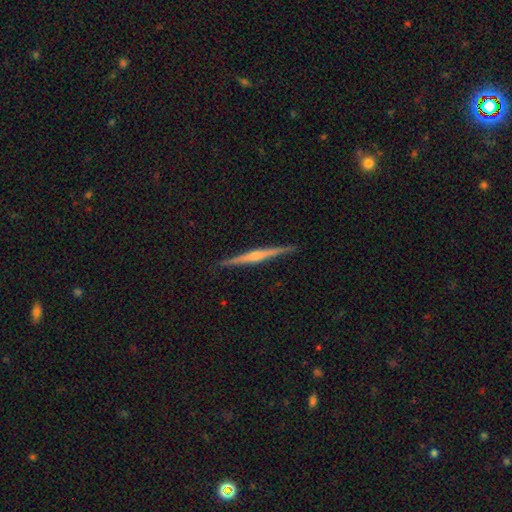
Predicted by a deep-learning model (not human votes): This is likely a featured or disk galaxy (75%). It is clearly viewed edge-on (98%). Edge-on bulge: likely rounded (65%). Merging: clearly none (91%).